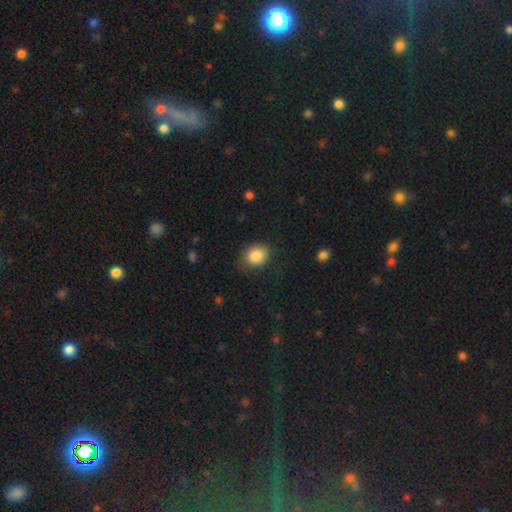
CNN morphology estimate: A smooth galaxy with no disk features (86%) that is round (53%). Merging: none (78%).